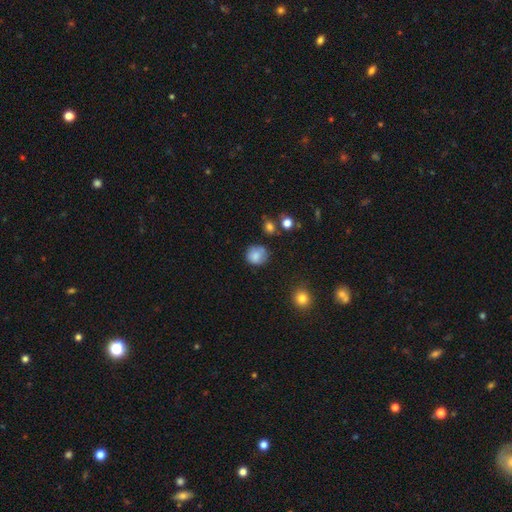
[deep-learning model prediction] A smooth galaxy with no disk features (80%) that is round (80%).

Vote fractions:
- Smooth or featured? smooth: 80% / featured or disk: 10% / star or artifact: 10%
- How rounded? round: 80% / in between: 19% / cigar-shaped: 1%
- Merging? none: 65% / minor disturbance: 24% / major disturbance: 6% / merger: 5%